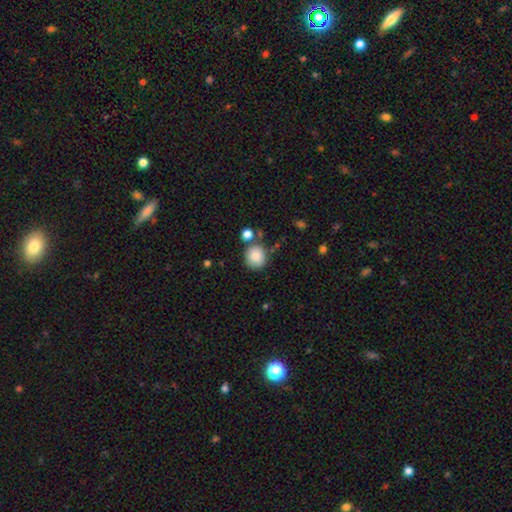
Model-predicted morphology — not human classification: Smooth or featured?
  - smooth: 83% *
  - star or artifact: 9%
  - featured or disk: 8%
How rounded?
  - round: 83% *
  - in between: 16%
  - cigar-shaped: 1%
Merging?
  - none: 71% *
  - minor disturbance: 13%
  - merger: 13%
  - major disturbance: 4%